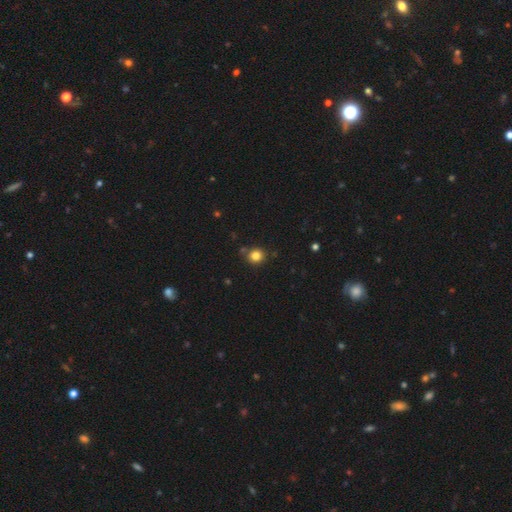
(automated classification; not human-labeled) The model was most divided on "smooth or featured": smooth: 83%, star or artifact: 12%, featured or disk: 5%. More confident: how rounded — round (88%); merging — none (82%).